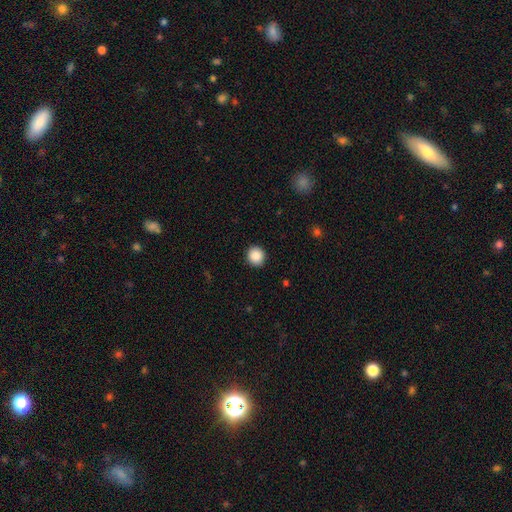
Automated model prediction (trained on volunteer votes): A smooth galaxy with no disk features (89%) that is round (90%). Merging: none (92%).